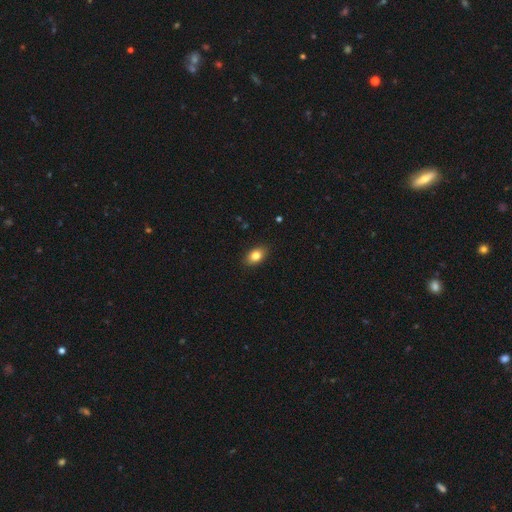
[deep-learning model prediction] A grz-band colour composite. It shows a smooth galaxy with no disk features (83%) that is in between round and cigar-shaped (84%). Merging: none (88%).